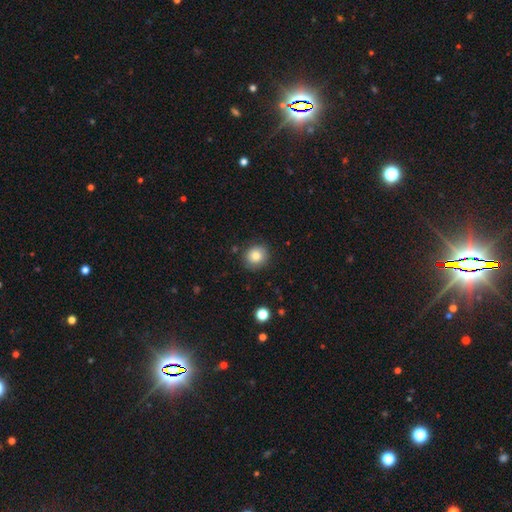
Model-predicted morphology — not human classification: type=smooth (81%); roundness=round (85%); merging=none (85%).